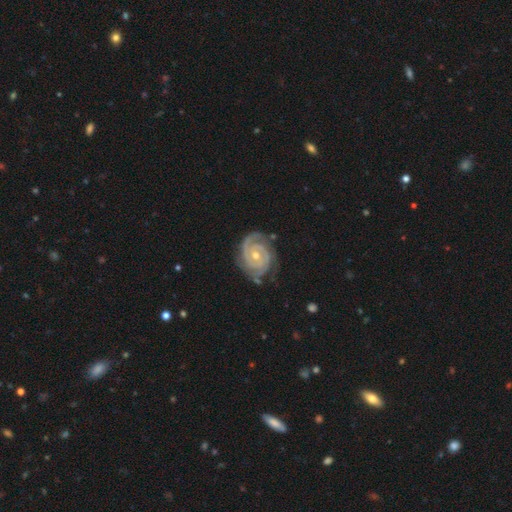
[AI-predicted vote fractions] smooth-or-featured: featured or disk: 93% | star or artifact: 4% | smooth: 3%
  disk-edge-on: no: 98% | yes: 2%
    bar: no: 66% | weak: 25% | strong: 9%
    has-spiral-arms: yes: 99% | no: 1%
      spiral-winding: tight: 80% | medium: 18% | loose: 2%
      spiral-arm-count: 2: 61% | 3: 21% | can't tell: 7% | 4: 4% | 1: 3% | more than 4: 3%
    bulge-size: moderate: 51% | small: 47% | large: 1% | none: 1% | dominant: 1%
  merging: none: 74% | minor disturbance: 19% | major disturbance: 5% | merger: 2%